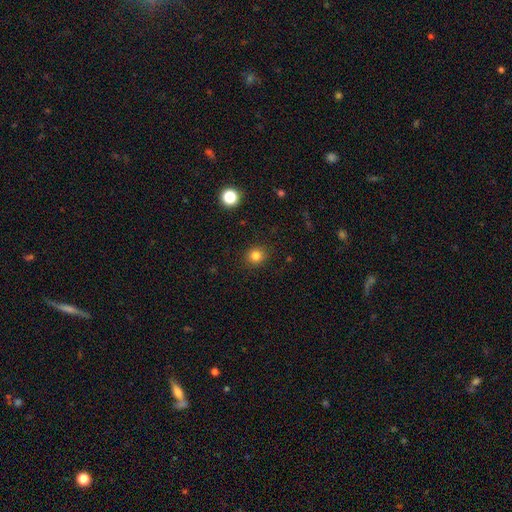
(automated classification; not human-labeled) Smooth or featured?
  - smooth: 82% *
  - star or artifact: 13%
  - featured or disk: 5%
How rounded?
  - round: 85% *
  - in between: 14%
  - cigar-shaped: 1%
Merging?
  - none: 90% *
  - minor disturbance: 7%
  - major disturbance: 2%
  - merger: 1%